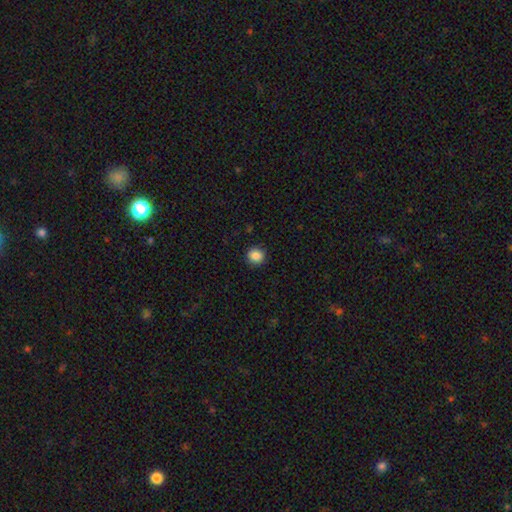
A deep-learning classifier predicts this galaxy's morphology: Q: Smooth or featured?
A: smooth (87%); runner-up: star or artifact (10%)
Q: How rounded?
A: round (92%); runner-up: in between (7%)
Q: Merging?
A: none (91%); runner-up: minor disturbance (6%)